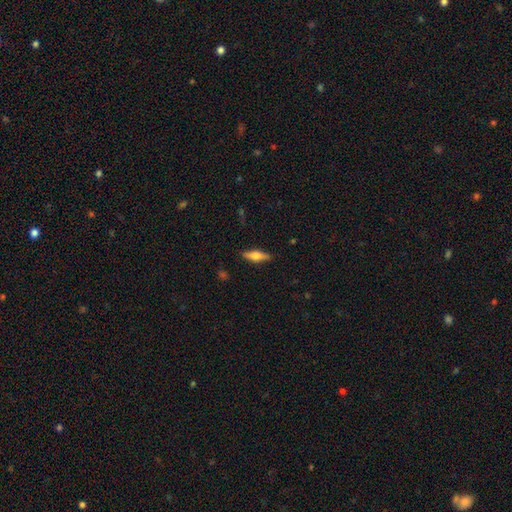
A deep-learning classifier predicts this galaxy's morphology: Smooth or featured? Predicted: smooth (p=0.57). How rounded? Predicted: in between (p=0.50). Merging? Predicted: none (p=0.86).